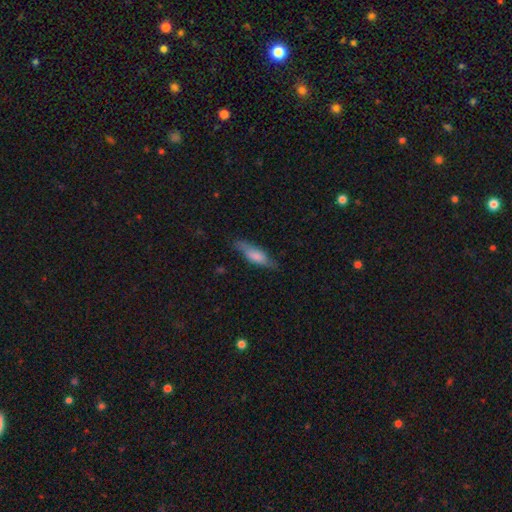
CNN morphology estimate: smooth 68%, featured or disk 26%, star or artifact 6%. Down the decision tree: how rounded — cigar-shaped (57%); merging — none (72%).